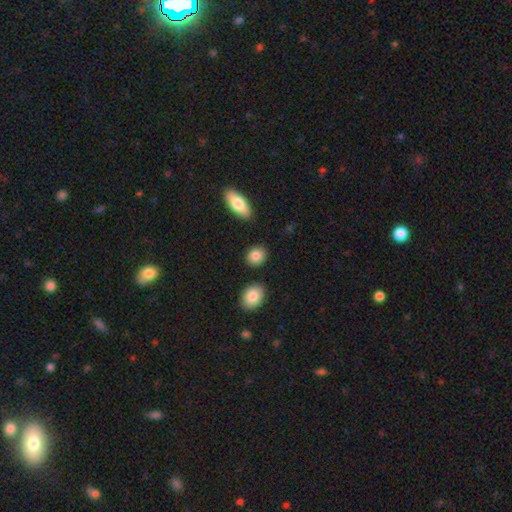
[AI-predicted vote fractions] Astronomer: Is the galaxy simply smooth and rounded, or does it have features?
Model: smooth — 87%.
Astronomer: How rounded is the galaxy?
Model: round — 49%, tied with in between at 49%.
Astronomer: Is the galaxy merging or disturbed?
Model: none — 86%.